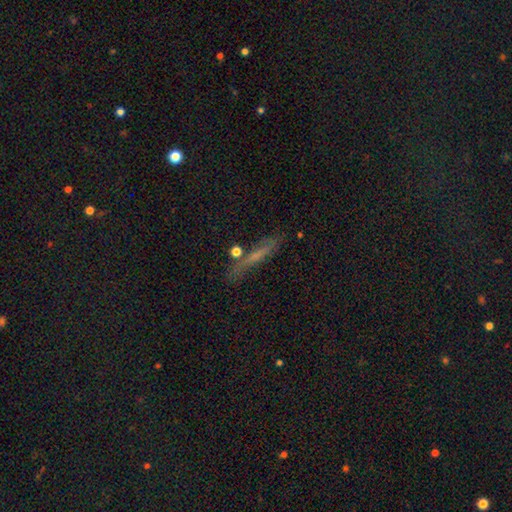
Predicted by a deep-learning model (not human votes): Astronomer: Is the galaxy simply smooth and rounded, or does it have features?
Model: featured or disk — 43% (runner-up: smooth, 42%).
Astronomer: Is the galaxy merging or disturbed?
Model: none — 76%.